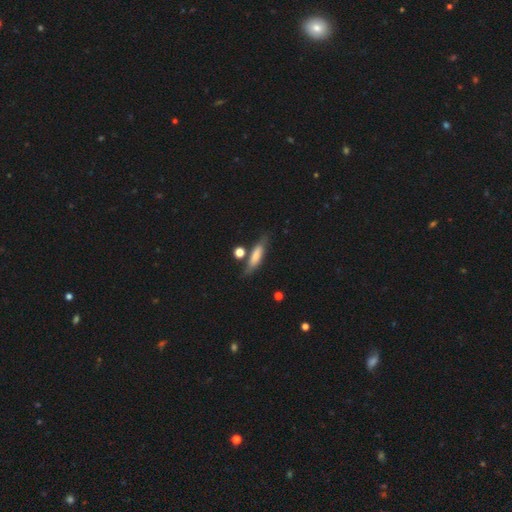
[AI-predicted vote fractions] This appears to be a smooth galaxy with no disk features (68%) that is cigar-shaped (63%). Merging: none (67%).